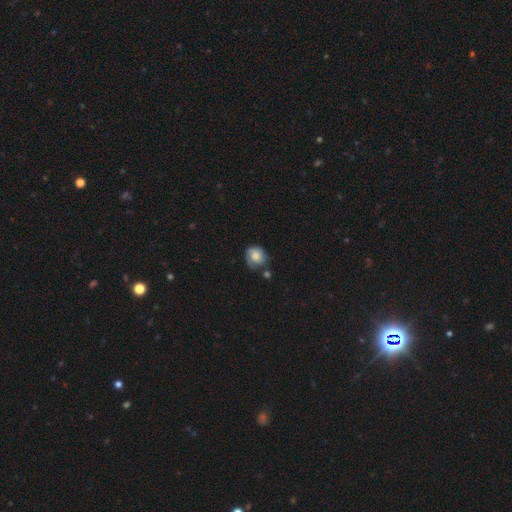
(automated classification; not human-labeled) This is possibly a smooth galaxy (60%). How rounded: likely round (65%). Merging: possibly none (48%).